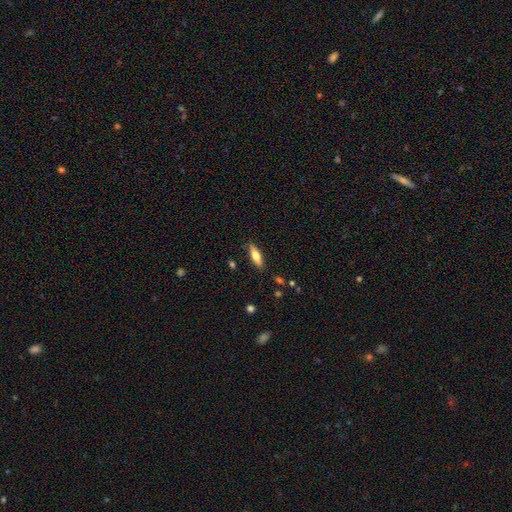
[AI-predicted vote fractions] Q: Smooth or featured?
A: smooth (68%); runner-up: featured or disk (25%)
Q: How rounded?
A: in between (55%); runner-up: cigar-shaped (43%)
Q: Merging?
A: none (84%); runner-up: minor disturbance (12%)